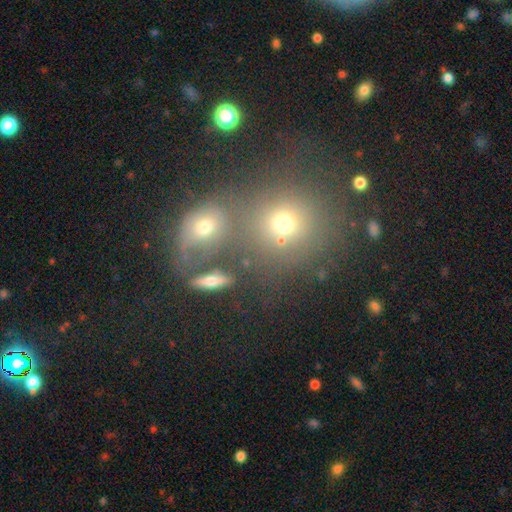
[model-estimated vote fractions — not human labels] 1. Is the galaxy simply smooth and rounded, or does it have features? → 51% smooth, 29% star or artifact, 21% featured or disk.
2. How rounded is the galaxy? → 77% round, 22% in between, 2% cigar-shaped.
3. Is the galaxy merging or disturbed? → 45% none, 40% merger, 9% minor disturbance, 6% major disturbance.